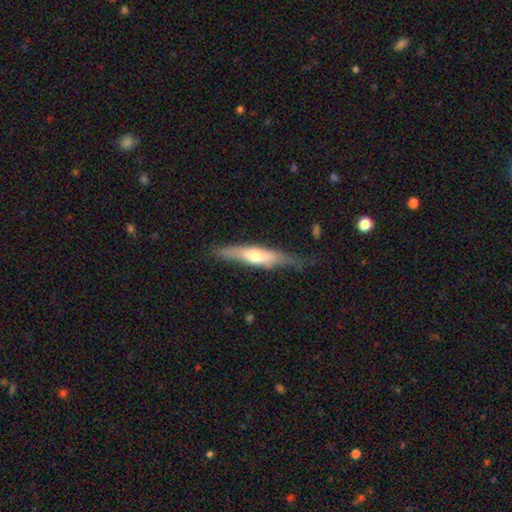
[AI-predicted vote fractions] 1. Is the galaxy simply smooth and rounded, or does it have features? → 48% featured or disk, 47% smooth, 5% star or artifact.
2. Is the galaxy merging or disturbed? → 65% none, 25% minor disturbance, 8% major disturbance, 2% merger.